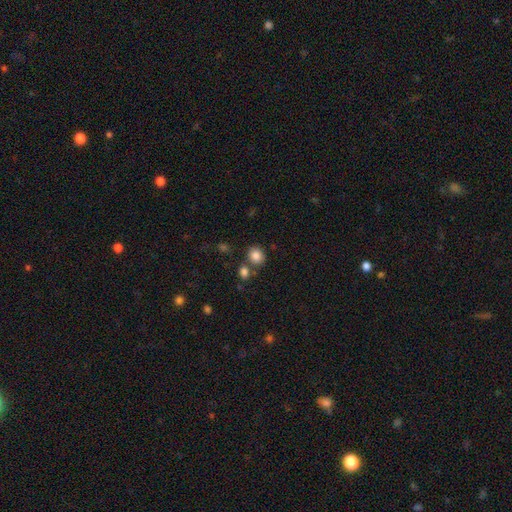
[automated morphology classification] type=smooth (84%); roundness=round (74%); merging=none (72%).